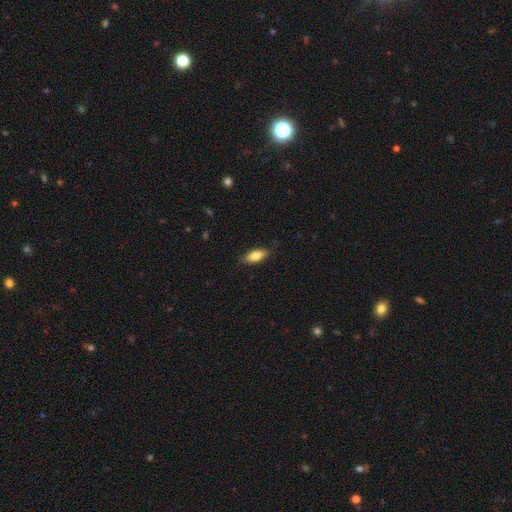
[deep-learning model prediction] Q: Smooth or featured?
A: smooth (76%); runner-up: featured or disk (17%)
Q: How rounded?
A: in between (78%); runner-up: cigar-shaped (19%)
Q: Merging?
A: none (83%); runner-up: minor disturbance (14%)